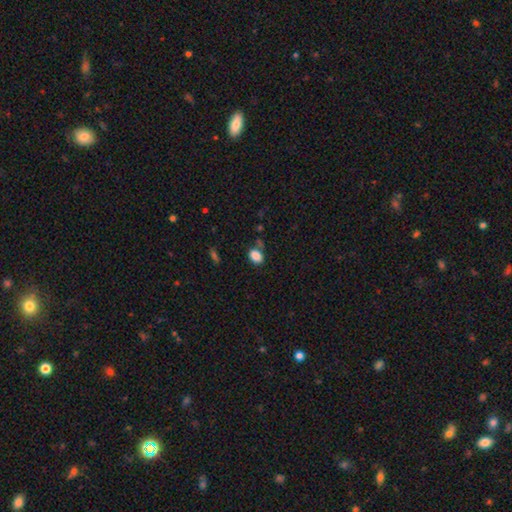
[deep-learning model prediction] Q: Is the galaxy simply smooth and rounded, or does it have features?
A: smooth — 86%.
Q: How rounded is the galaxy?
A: in between — 71%.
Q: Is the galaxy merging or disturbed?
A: none — 68%.